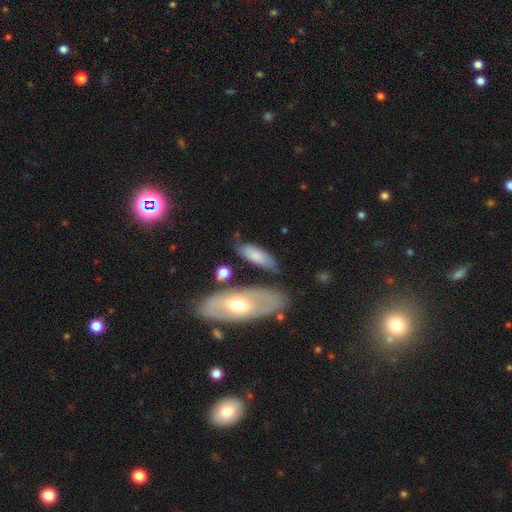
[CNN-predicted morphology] type=smooth (70%); roundness=in between (67%); merging=none (68%).